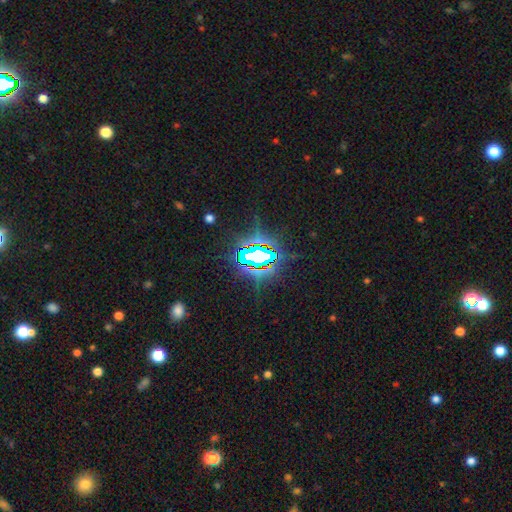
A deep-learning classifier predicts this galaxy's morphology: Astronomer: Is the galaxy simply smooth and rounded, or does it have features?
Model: star or artifact — 76%.